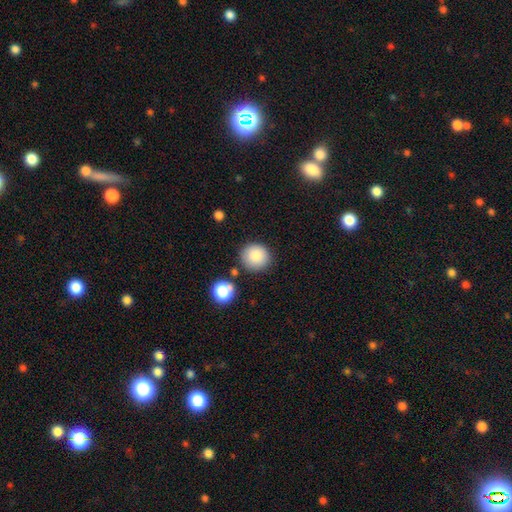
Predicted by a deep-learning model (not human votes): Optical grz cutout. It shows a smooth galaxy with no disk features (86%) that is round (92%). Merging: none (83%).